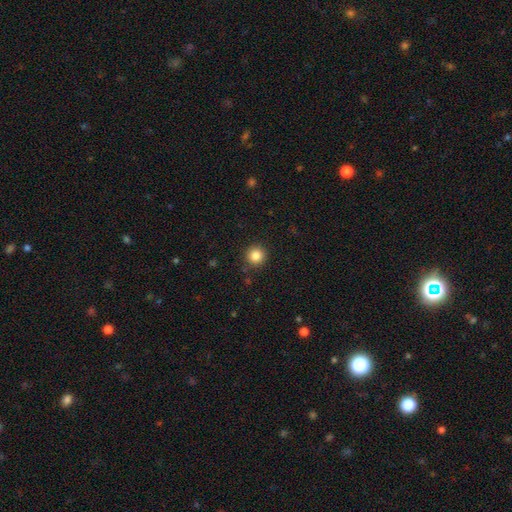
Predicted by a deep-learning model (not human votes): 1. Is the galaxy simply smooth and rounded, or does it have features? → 85% smooth, 11% star or artifact, 4% featured or disk.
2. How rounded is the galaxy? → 95% round, 4% in between, 1% cigar-shaped.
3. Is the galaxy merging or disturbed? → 90% none, 6% minor disturbance, 2% major disturbance, 1% merger.